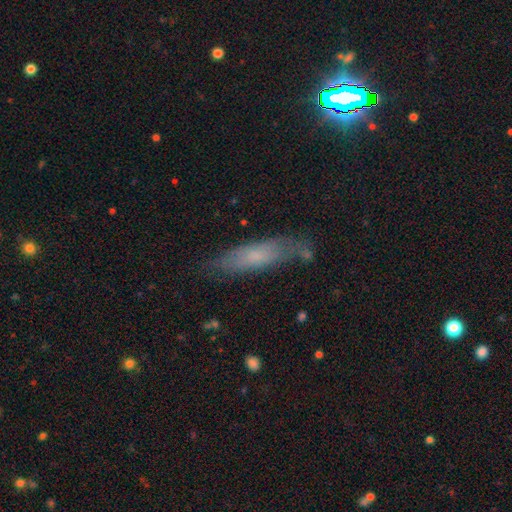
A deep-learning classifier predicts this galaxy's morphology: type=smooth (62%); roundness=cigar-shaped (66%); merging=none (70%).